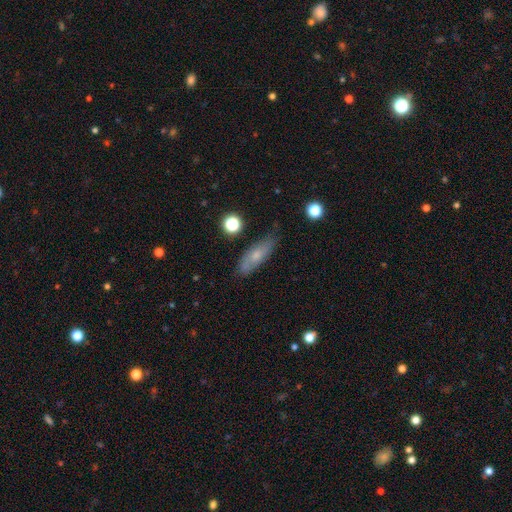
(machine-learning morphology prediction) Smooth or featured? Predicted: smooth (p=0.57). How rounded? Predicted: in between (p=0.54). Merging? Predicted: none (p=0.73).